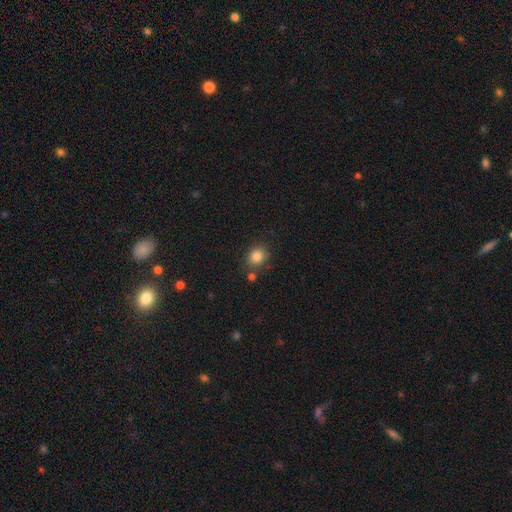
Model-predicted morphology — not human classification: smooth_or_featured: smooth (p=0.83) [alt: star or artifact p=0.12]
how_rounded: round (p=0.71) [alt: in between p=0.28]
merging: none (p=0.79) [alt: minor disturbance p=0.11]